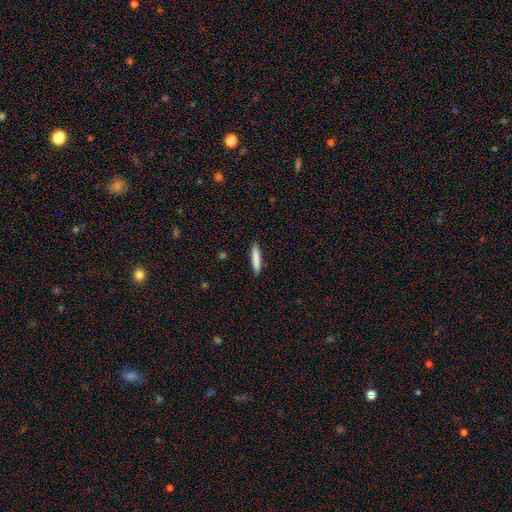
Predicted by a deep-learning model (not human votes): smooth-or-featured: smooth: 84% | featured or disk: 10% | star or artifact: 6%
  how-rounded: cigar-shaped: 91% | in between: 7% | round: 1%
  merging: none: 91% | minor disturbance: 6% | major disturbance: 1% | merger: 1%